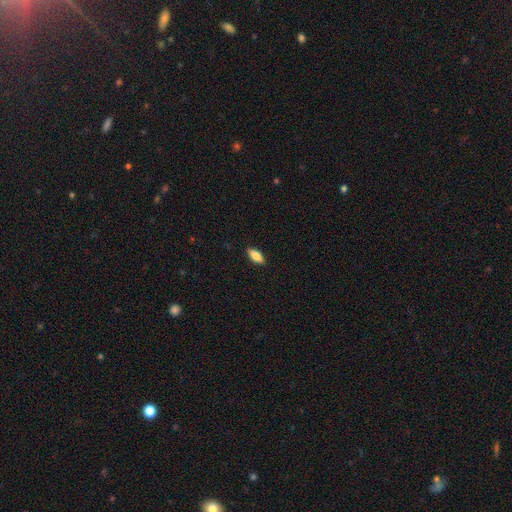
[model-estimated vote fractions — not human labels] Smooth or featured? Predicted: smooth (p=0.83). How rounded? Predicted: in between (p=0.83). Merging? Predicted: none (p=0.88).